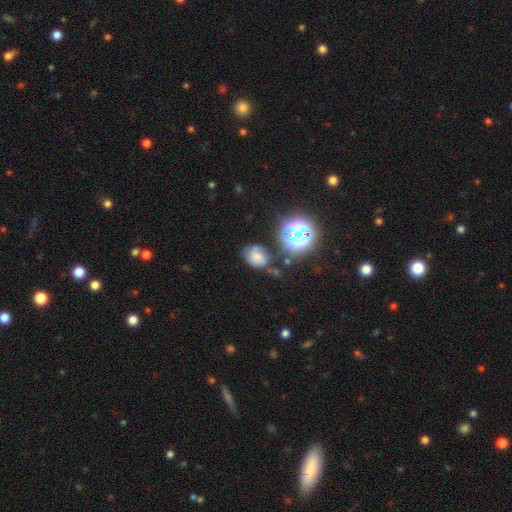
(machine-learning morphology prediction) Smooth or featured? smooth (53%)
How rounded? in between (55%)
Merging? none (52%)